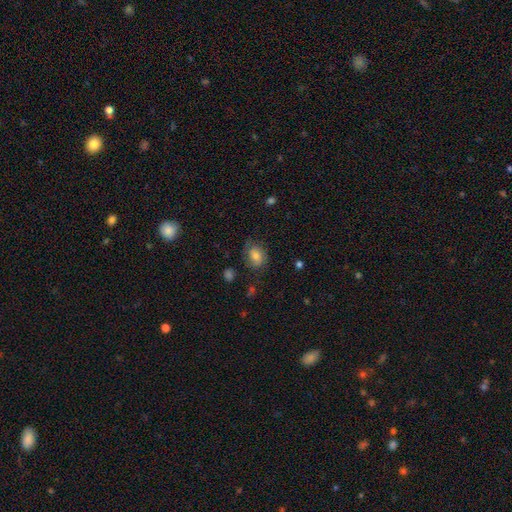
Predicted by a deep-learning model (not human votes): A smooth galaxy with no disk features (66%) that is in between round and cigar-shaped (57%).

Vote fractions:
- Smooth or featured? smooth: 66% / featured or disk: 23% / star or artifact: 11%
- How rounded? in between: 57% / round: 42% / cigar-shaped: 1%
- Merging? none: 68% / minor disturbance: 22% / major disturbance: 8% / merger: 2%